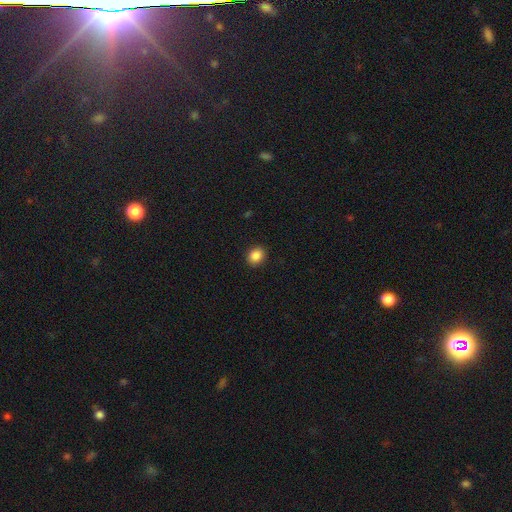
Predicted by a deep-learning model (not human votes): smooth-or-featured: smooth: 87% | star or artifact: 9% | featured or disk: 4%
  how-rounded: round: 63% | in between: 36% | cigar-shaped: 1%
  merging: none: 90% | minor disturbance: 7% | major disturbance: 2% | merger: 1%